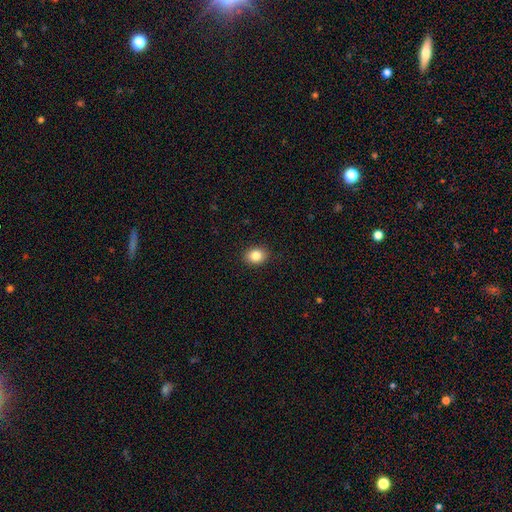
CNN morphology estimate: Smooth or featured? smooth (84%)
How rounded? round (52%)
Merging? none (89%)